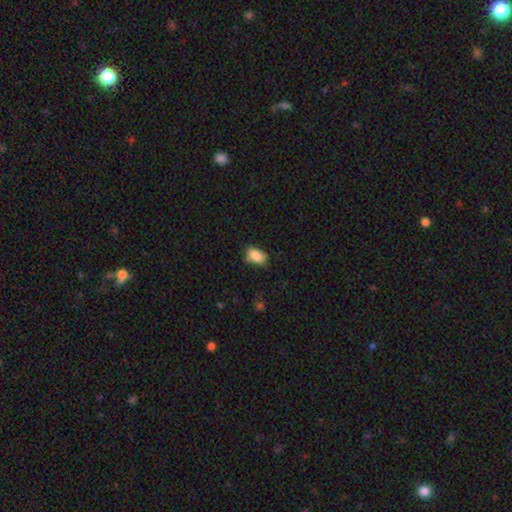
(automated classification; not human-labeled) Smooth or featured: smooth — 86% (star or artifact — 8%)
How rounded: in between — 90% (round — 7%)
Merging: none — 66% (minor disturbance — 24%)